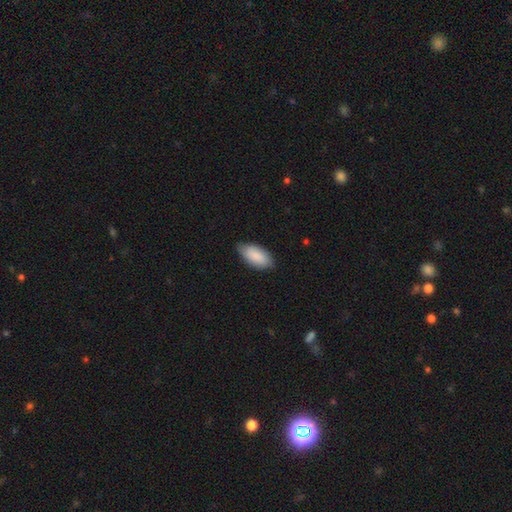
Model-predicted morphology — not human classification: smooth_or_featured: smooth (p=0.88) [alt: featured or disk p=0.06]
how_rounded: in between (p=0.92) [alt: cigar-shaped p=0.06]
merging: none (p=0.79) [alt: minor disturbance p=0.18]